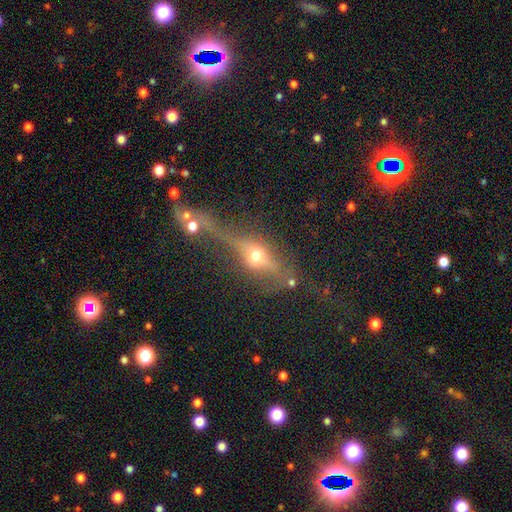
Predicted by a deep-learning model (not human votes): featured or disk 49%, smooth 33%, star or artifact 19%. Down the decision tree: merging — none (37%).